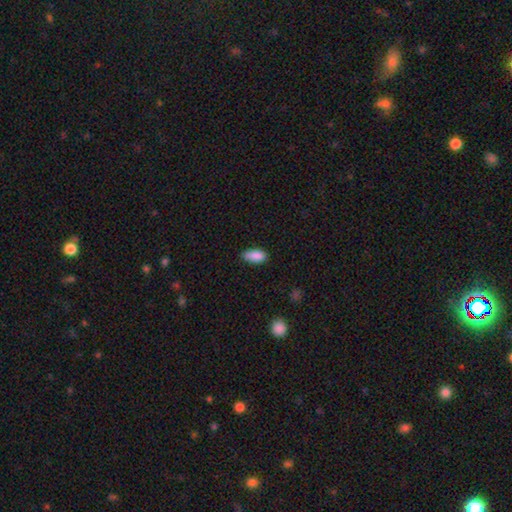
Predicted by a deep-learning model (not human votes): Smooth or featured? Predicted: smooth (p=0.88). How rounded? Predicted: in between (p=0.88). Merging? Predicted: none (p=0.74).